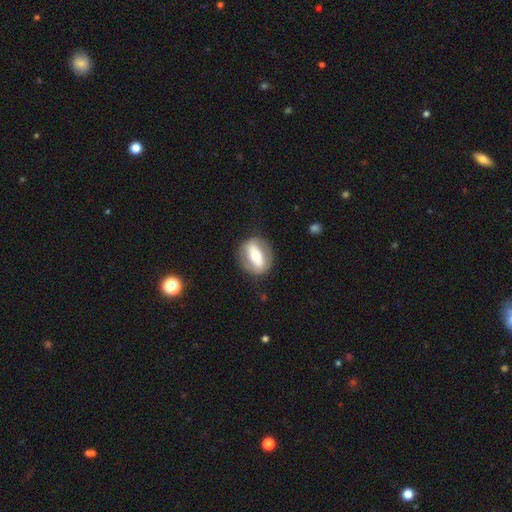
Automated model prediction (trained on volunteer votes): This appears to be a featured or disk galaxy (54%). Merging: none (79%).